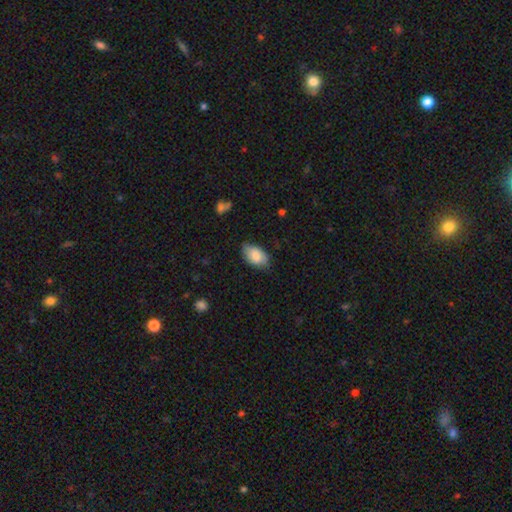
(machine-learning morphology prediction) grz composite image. It shows a smooth galaxy with no disk features (80%) that is in between round and cigar-shaped (93%). Merging: none (71%).